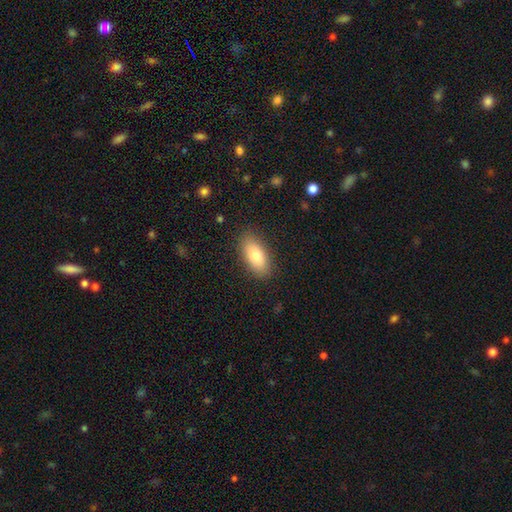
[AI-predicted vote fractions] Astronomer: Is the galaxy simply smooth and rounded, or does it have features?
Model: smooth — 79%.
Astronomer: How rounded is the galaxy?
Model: in between — 89%.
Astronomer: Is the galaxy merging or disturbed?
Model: none — 87%.